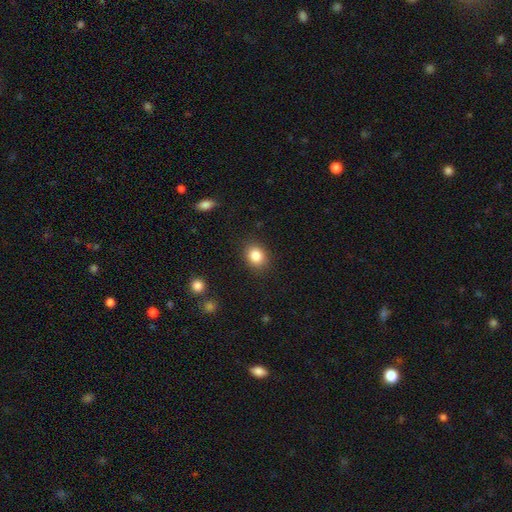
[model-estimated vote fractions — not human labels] smooth-or-featured: smooth: 85% | star or artifact: 9% | featured or disk: 5%
  how-rounded: round: 53% | in between: 47% | cigar-shaped: 1%
  merging: none: 87% | minor disturbance: 9% | major disturbance: 3% | merger: 1%